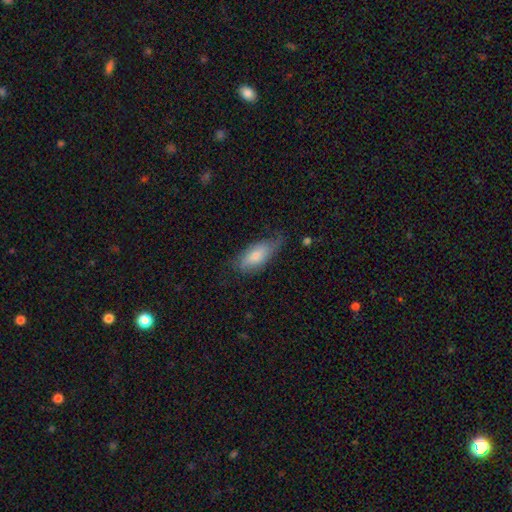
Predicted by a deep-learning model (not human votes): This appears to be a smooth galaxy with no disk features (73%) that is in between round and cigar-shaped (84%). Merging: none (52%).